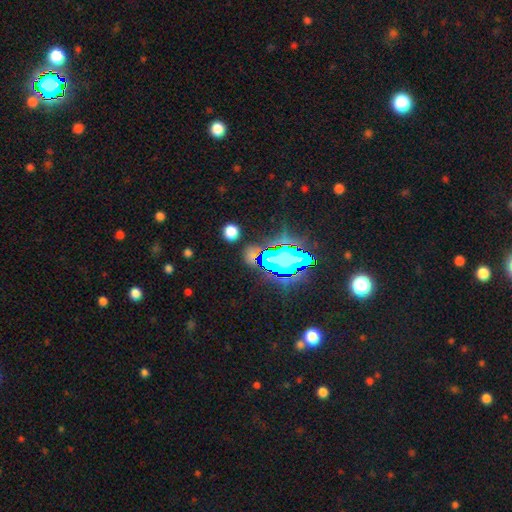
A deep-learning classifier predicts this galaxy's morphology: A star or artifact, not a galaxy (57%).